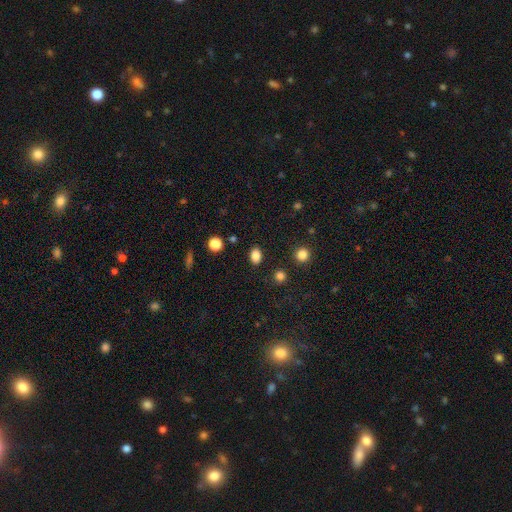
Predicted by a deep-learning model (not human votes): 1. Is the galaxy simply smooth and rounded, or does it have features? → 85% smooth, 11% star or artifact, 4% featured or disk.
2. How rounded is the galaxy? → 73% in between, 26% round, 1% cigar-shaped.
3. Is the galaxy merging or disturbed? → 88% none, 8% minor disturbance, 3% major disturbance, 2% merger.